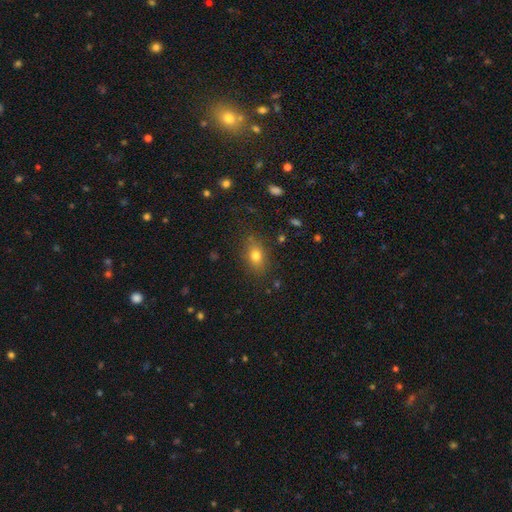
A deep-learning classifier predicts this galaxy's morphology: The model was most divided on "how rounded": in between: 73%, round: 24%, cigar-shaped: 3%. More confident: merging — none (82%); smooth or featured — smooth (75%).